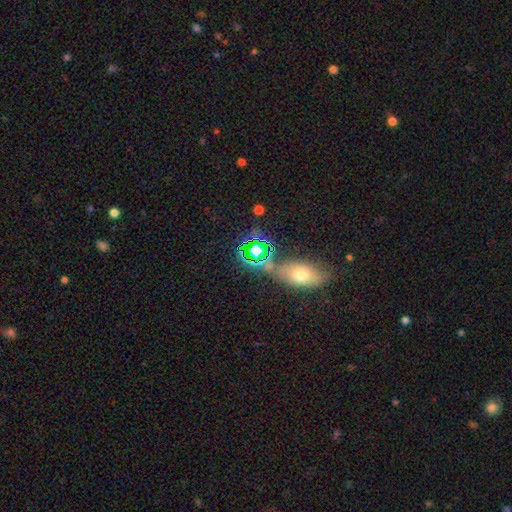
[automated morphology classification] The model was most divided on "smooth or featured": smooth: 47%, star or artifact: 28%, featured or disk: 25%. More confident: merging — none (59%).